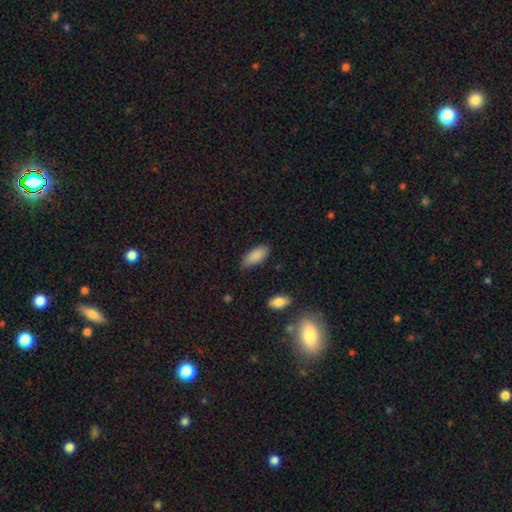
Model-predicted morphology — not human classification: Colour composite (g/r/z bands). It shows a smooth galaxy with no disk features (88%) that is in between round and cigar-shaped (85%). Merging: none (79%).